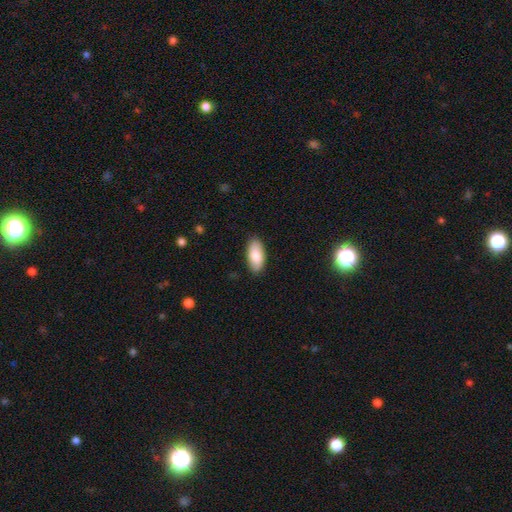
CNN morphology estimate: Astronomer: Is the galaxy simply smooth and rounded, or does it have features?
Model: smooth — 85%.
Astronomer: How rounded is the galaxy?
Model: in between — 92%.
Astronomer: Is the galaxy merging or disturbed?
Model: none — 87%.